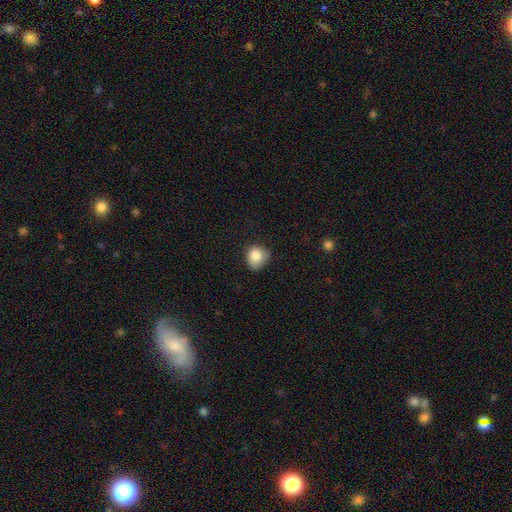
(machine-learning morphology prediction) smooth 83%, star or artifact 9%, featured or disk 8%. Down the decision tree: how rounded — round (74%); merging — none (61%).